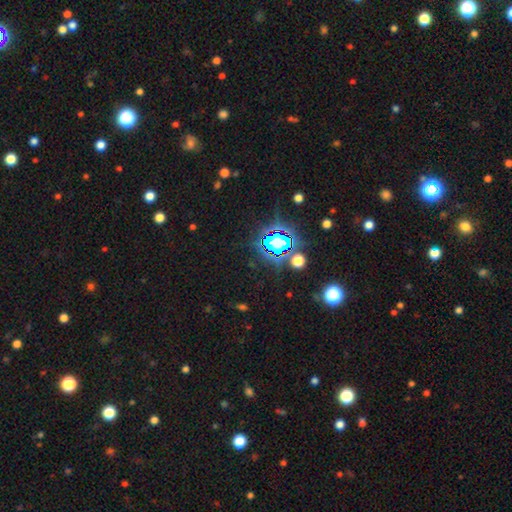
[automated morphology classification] A star or artifact, not a galaxy (80%).

Vote fractions:
- Smooth or featured? star or artifact: 80% / smooth: 12% / featured or disk: 8%